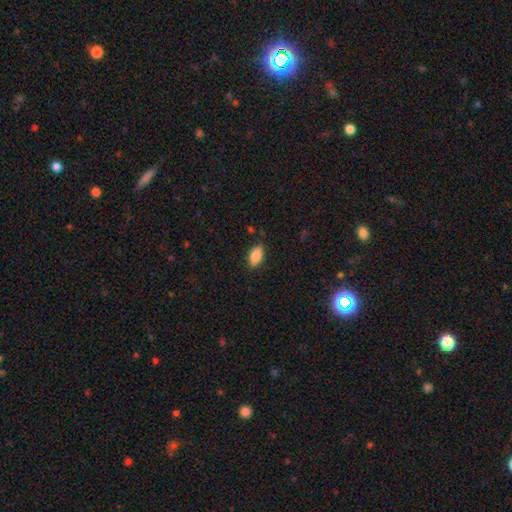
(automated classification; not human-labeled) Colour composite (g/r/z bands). It shows a smooth galaxy with no disk features (87%) that is in between round and cigar-shaped (92%). Merging: none (86%).